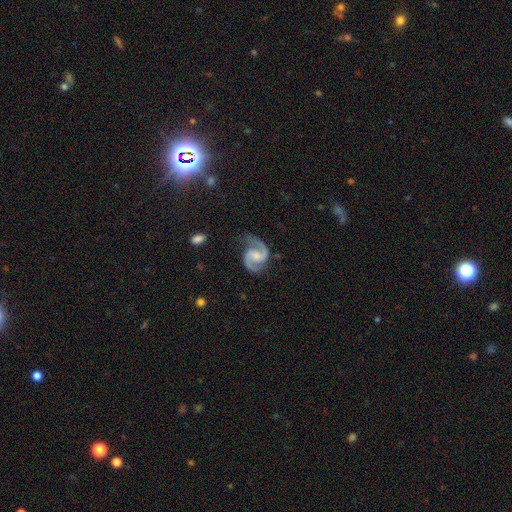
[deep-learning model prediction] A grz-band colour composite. It shows a featured or disk galaxy (92%) with no bar (45%), 2 (94%) medium (61%) spiral arms (98%) and a moderate central bulge (36%). Merging: none (74%).